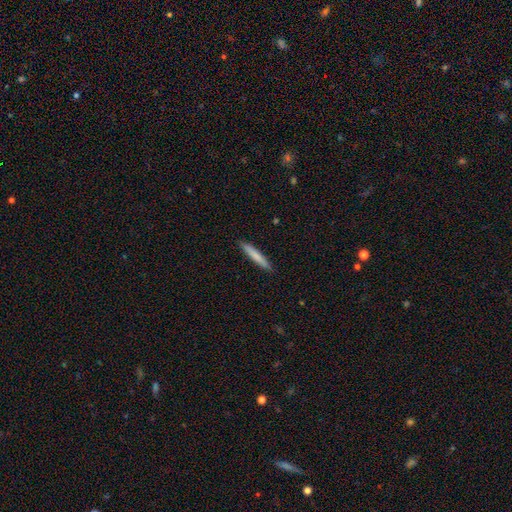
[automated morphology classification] Smooth or featured? Predicted: smooth (p=0.76). How rounded? Predicted: cigar-shaped (p=0.95). Merging? Predicted: none (p=0.91).